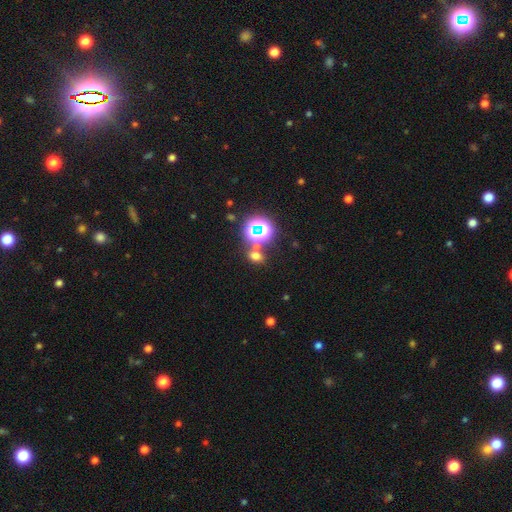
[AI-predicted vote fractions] smooth_or_featured: smooth (p=0.58) [alt: star or artifact p=0.34]
how_rounded: in between (p=0.53) [alt: round p=0.45]
merging: none (p=0.69) [alt: merger p=0.17]